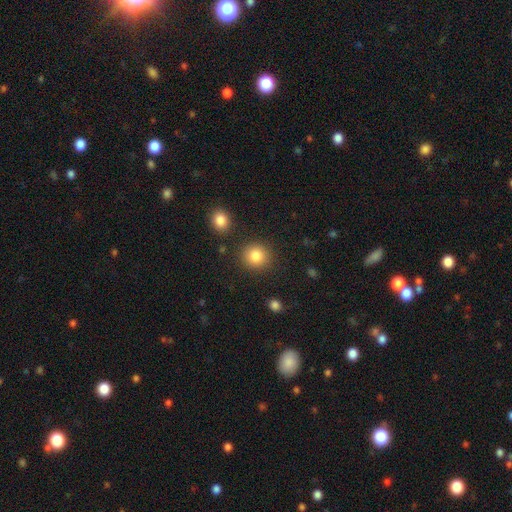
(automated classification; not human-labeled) This appears to be a smooth galaxy with no disk features (85%) that is round (88%). Merging: none (87%).